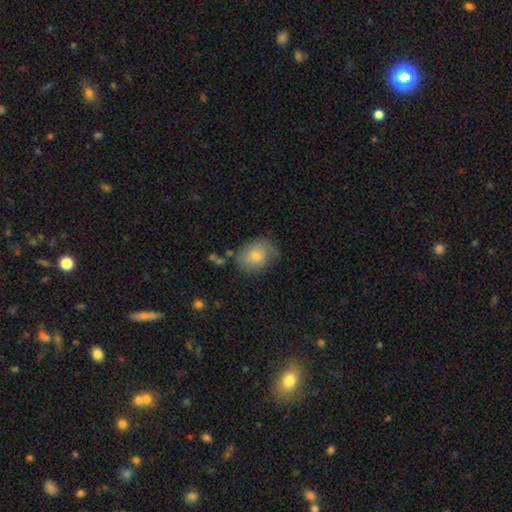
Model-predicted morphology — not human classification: smooth 70%, featured or disk 21%, star or artifact 9%. Down the decision tree: how rounded — in between (58%); merging — none (64%).